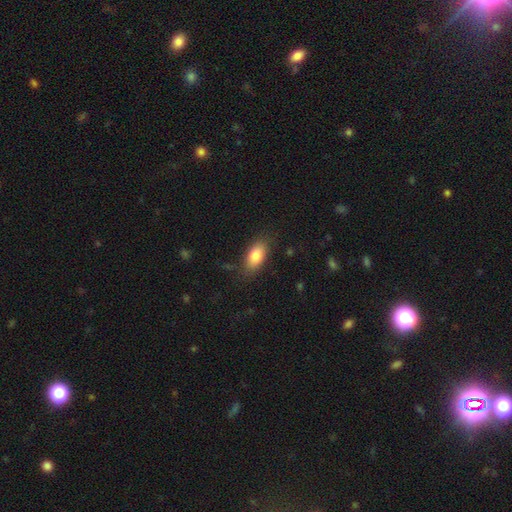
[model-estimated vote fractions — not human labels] Smooth or featured: smooth — 83% (featured or disk — 11%)
How rounded: in between — 89% (cigar-shaped — 6%)
Merging: none — 80% (minor disturbance — 14%)